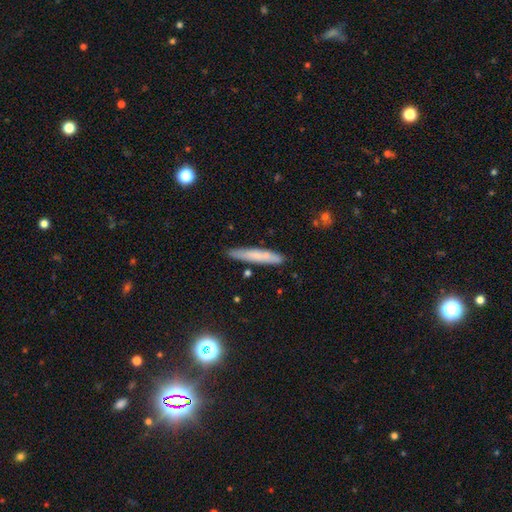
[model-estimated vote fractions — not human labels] A smooth galaxy with no disk features (65%) that is cigar-shaped (93%). Merging: none (83%).